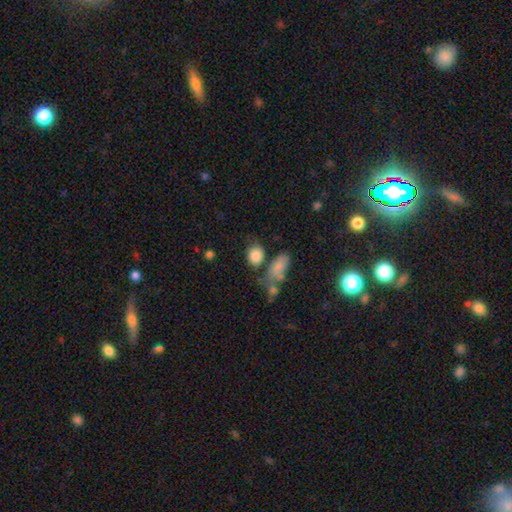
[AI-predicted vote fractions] Smooth or featured? Predicted: smooth (p=0.85). How rounded? Predicted: in between (p=0.54). Merging? Predicted: none (p=0.52).